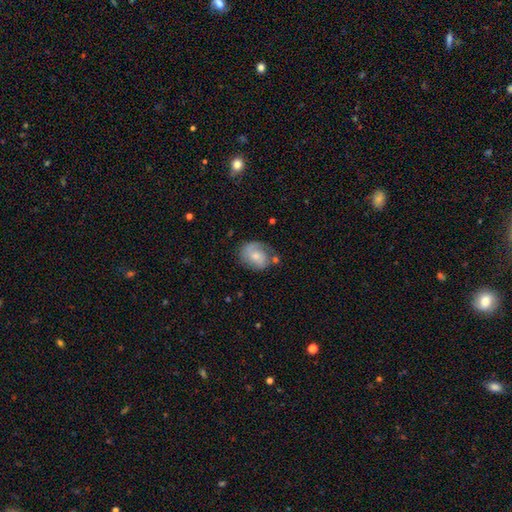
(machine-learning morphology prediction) smooth 50%, featured or disk 42%, star or artifact 8%. Down the decision tree: how rounded — in between (52%); merging — none (55%).